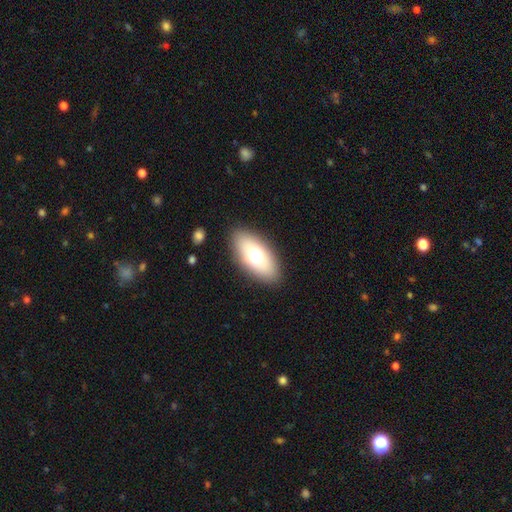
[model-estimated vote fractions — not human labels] smooth_or_featured: smooth (p=0.68) [alt: featured or disk p=0.24]
how_rounded: in between (p=0.88) [alt: cigar-shaped p=0.07]
merging: none (p=0.87) [alt: minor disturbance p=0.08]